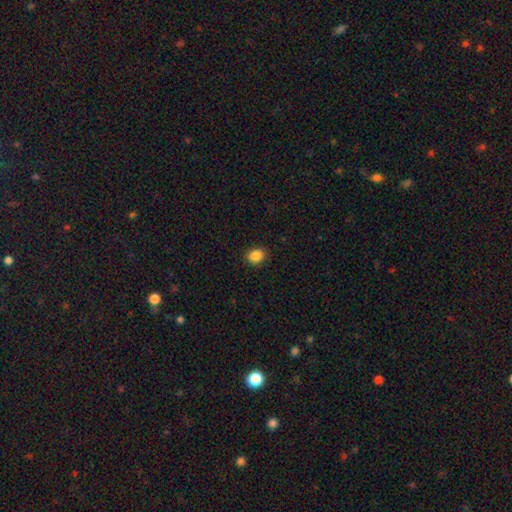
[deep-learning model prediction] Smooth or featured: smooth — 87% (star or artifact — 9%)
How rounded: round — 59% (in between — 40%)
Merging: none — 90% (minor disturbance — 7%)